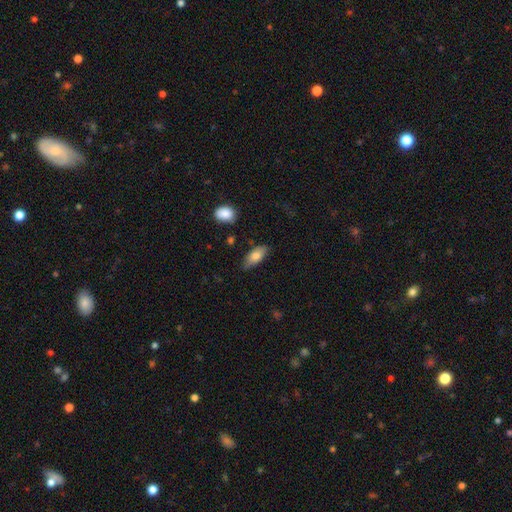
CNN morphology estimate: A smooth galaxy with no disk features (77%) that is in between round and cigar-shaped (84%). Merging: none (74%).